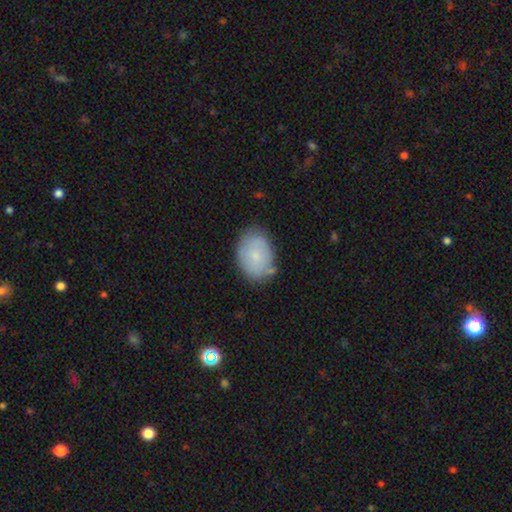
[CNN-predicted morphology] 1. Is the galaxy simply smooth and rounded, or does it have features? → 70% smooth, 23% featured or disk, 7% star or artifact.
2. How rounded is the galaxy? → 80% in between, 19% round, 1% cigar-shaped.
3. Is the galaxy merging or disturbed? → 72% none, 20% minor disturbance, 5% major disturbance, 4% merger.